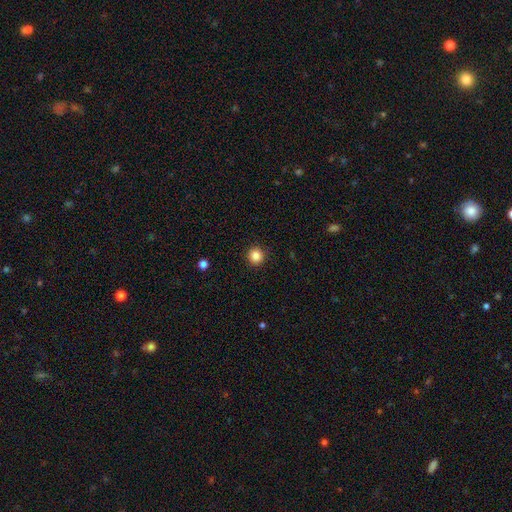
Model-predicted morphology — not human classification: This is clearly a smooth galaxy (85%). How rounded: clearly round (95%). Merging: clearly none (93%).